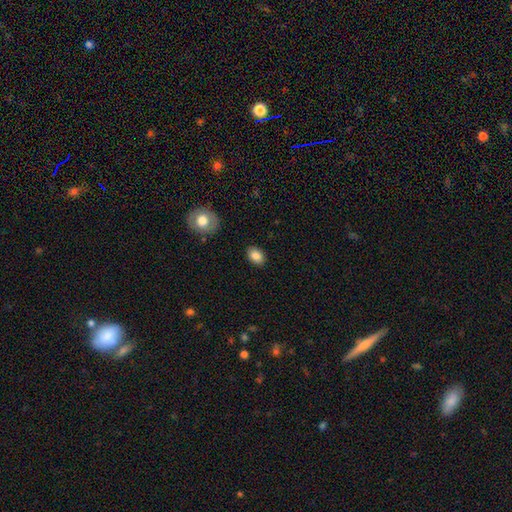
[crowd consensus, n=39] smooth 95%, featured or disk 5%, star or artifact 0%. Down the decision tree: how rounded — in between (78%); merging — none (82%).